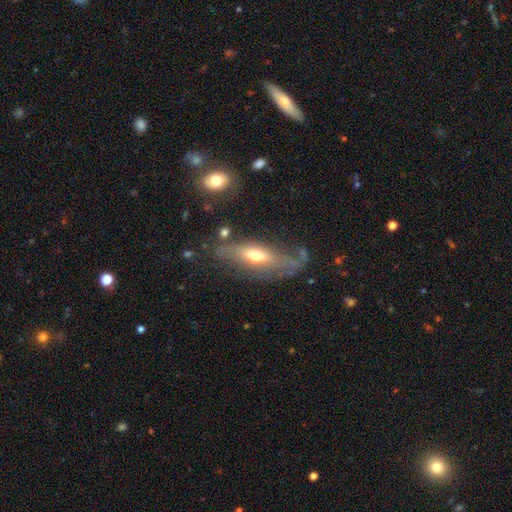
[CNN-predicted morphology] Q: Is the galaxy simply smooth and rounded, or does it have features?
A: featured or disk — 52%.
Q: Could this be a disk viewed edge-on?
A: no — 56%.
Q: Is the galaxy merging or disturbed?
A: none — 43%.